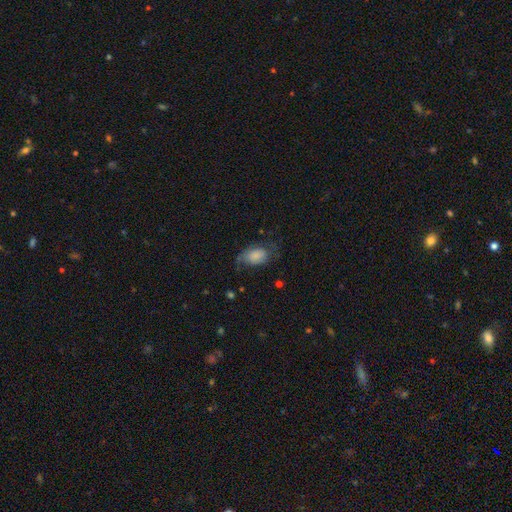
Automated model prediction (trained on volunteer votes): smooth 70%, featured or disk 22%, star or artifact 8%. Down the decision tree: how rounded — in between (89%); merging — none (44%).